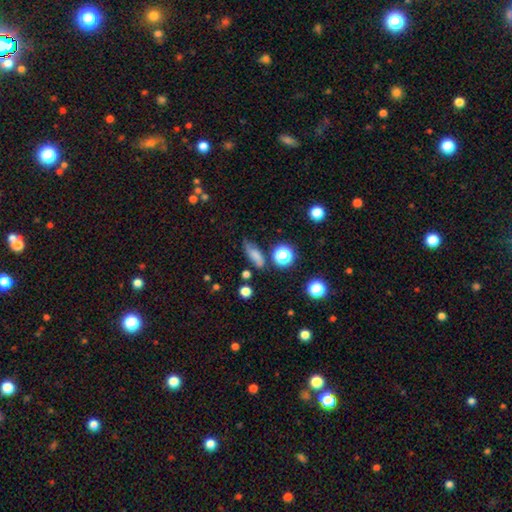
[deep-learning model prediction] smooth_or_featured: smooth (p=0.68) [alt: featured or disk p=0.17]
how_rounded: in between (p=0.59) [alt: cigar-shaped p=0.27]
merging: none (p=0.59) [alt: minor disturbance p=0.27]